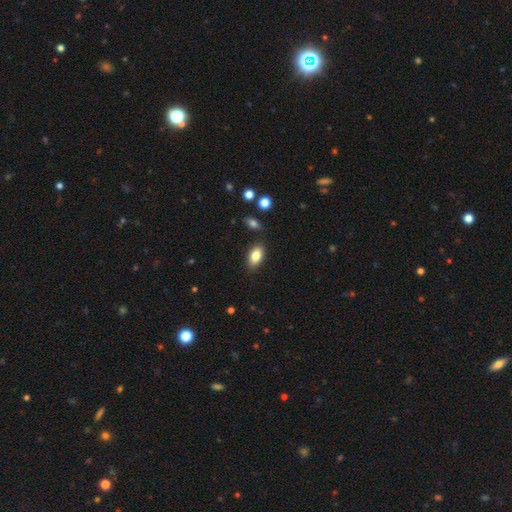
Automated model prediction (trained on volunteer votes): smooth-or-featured: smooth: 83% | featured or disk: 9% | star or artifact: 8%
  how-rounded: in between: 91% | round: 6% | cigar-shaped: 3%
  merging: none: 85% | minor disturbance: 10% | merger: 2% | major disturbance: 2%